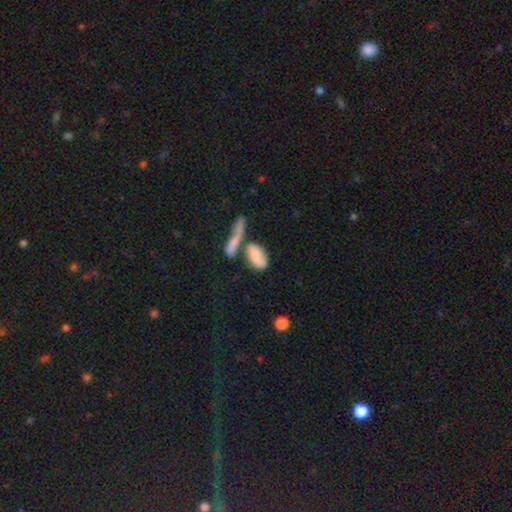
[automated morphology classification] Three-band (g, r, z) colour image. It shows a smooth galaxy with no disk features (67%) that is in between round and cigar-shaped (81%). Merging: merger (47%).